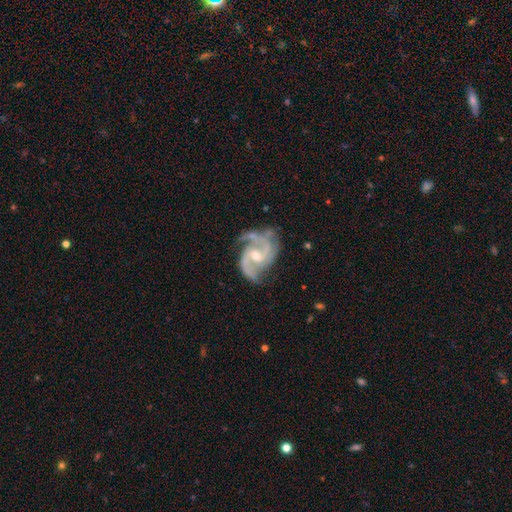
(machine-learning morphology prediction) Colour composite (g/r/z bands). It shows a featured or disk galaxy (93%) with no bar (44%), 2 (66%) medium (59%) spiral arms (98%) and a small central bulge (50%). Merging: none (63%).